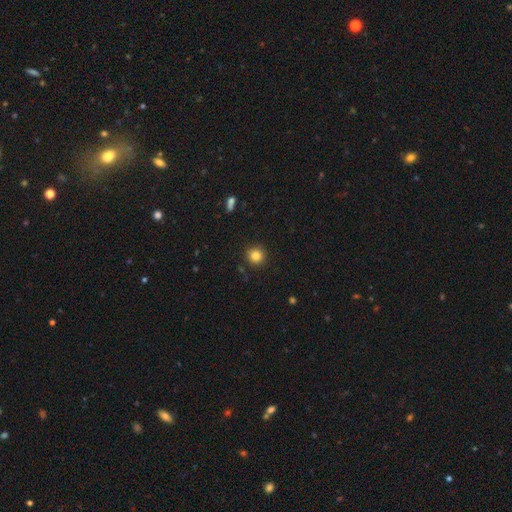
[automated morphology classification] This is clearly a smooth galaxy (83%). How rounded: clearly round (93%). Merging: clearly none (89%).